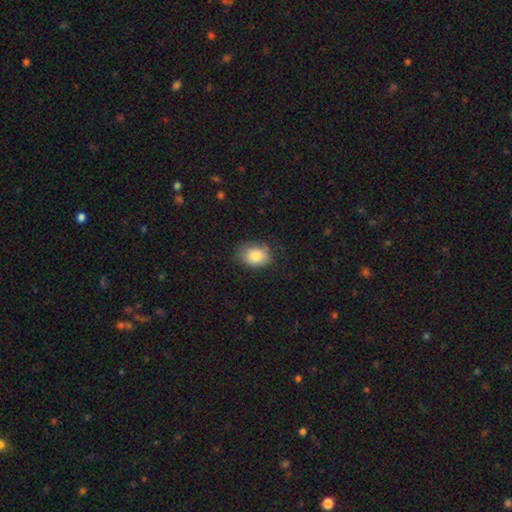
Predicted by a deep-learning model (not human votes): This appears to be a smooth galaxy with no disk features (85%) that is in between round and cigar-shaped (70%). Merging: none (73%).